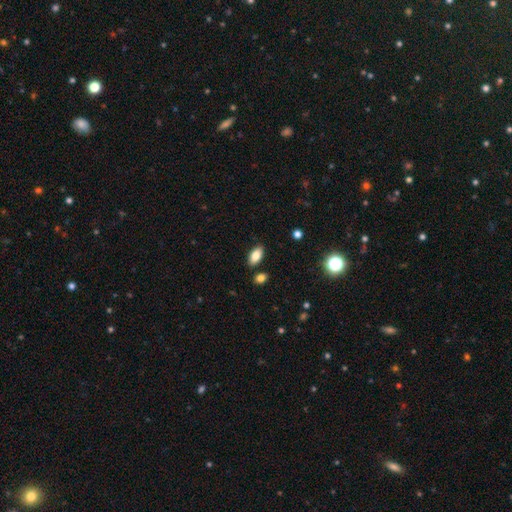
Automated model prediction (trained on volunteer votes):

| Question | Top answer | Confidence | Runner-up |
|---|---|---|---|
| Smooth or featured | smooth | 83% | featured or disk (9%) |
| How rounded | in between | 92% | cigar-shaped (5%) |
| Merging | none | 86% | minor disturbance (9%) |